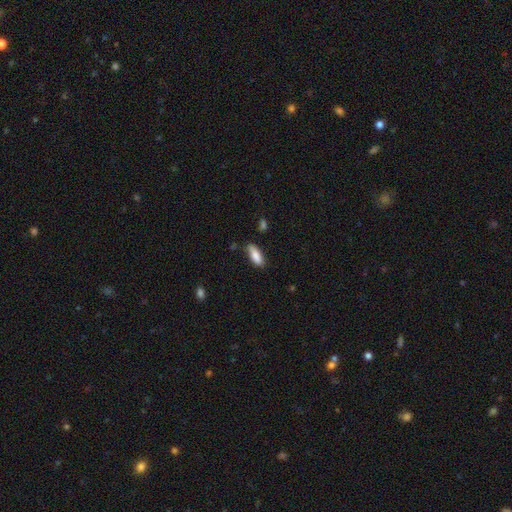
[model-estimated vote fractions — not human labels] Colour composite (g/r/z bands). It shows a smooth galaxy with no disk features (85%) that is in between round and cigar-shaped (71%). Merging: none (71%).